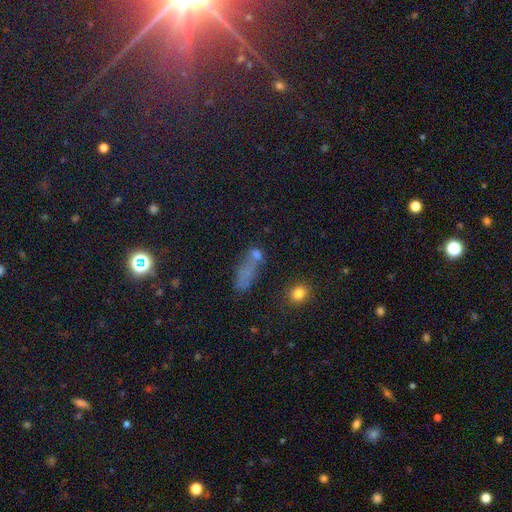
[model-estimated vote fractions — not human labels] Morphology: type=smooth (54%); roundness=in between (52%); merging=none (46%).